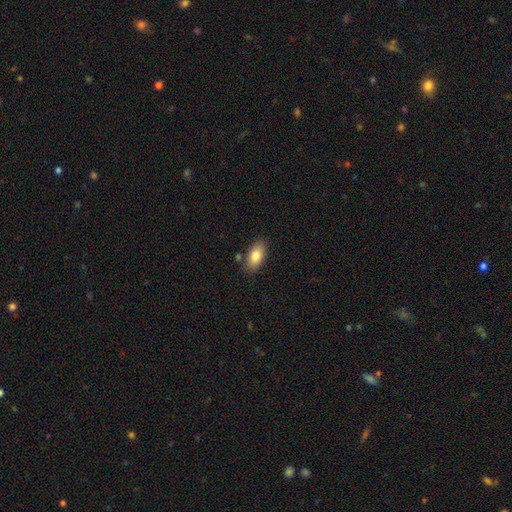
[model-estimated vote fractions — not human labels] Morphology: type=smooth (81%); roundness=in between (91%); merging=none (82%).